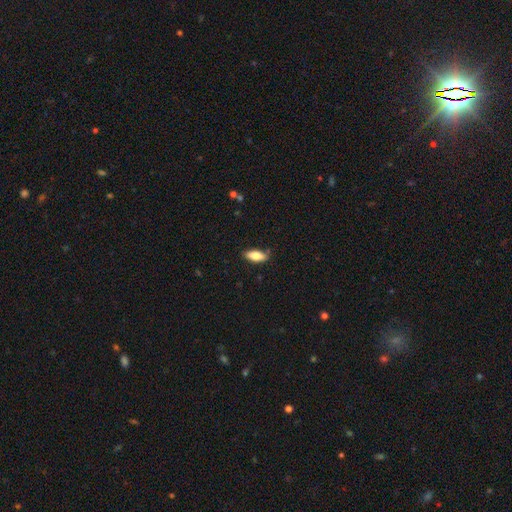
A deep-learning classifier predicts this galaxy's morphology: A smooth galaxy with no disk features (76%) that is in between round and cigar-shaped (77%). Merging: none (84%).